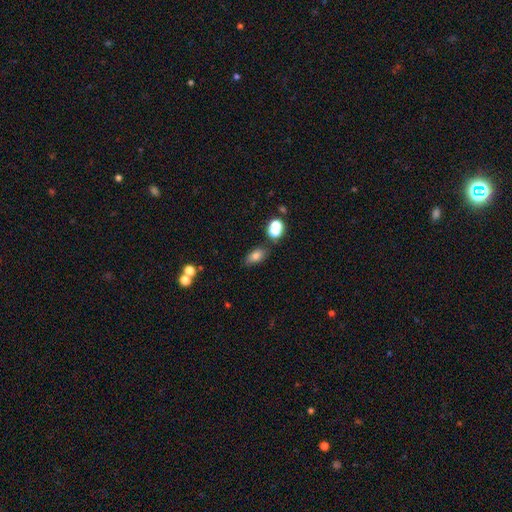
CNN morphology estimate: A smooth galaxy with no disk features (77%) that is in between round and cigar-shaped (85%). Merging: none (72%).